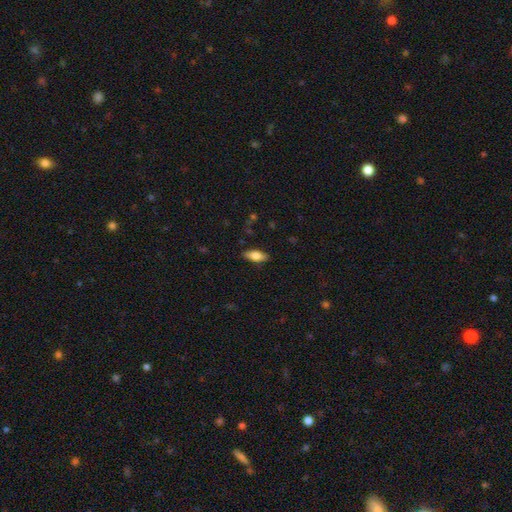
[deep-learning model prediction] A smooth galaxy with no disk features (75%) that is in between round and cigar-shaped (83%).

Vote fractions:
- Smooth or featured? smooth: 75% / featured or disk: 18% / star or artifact: 7%
- How rounded? in between: 83% / cigar-shaped: 15% / round: 3%
- Merging? none: 86% / minor disturbance: 10% / major disturbance: 2% / merger: 1%